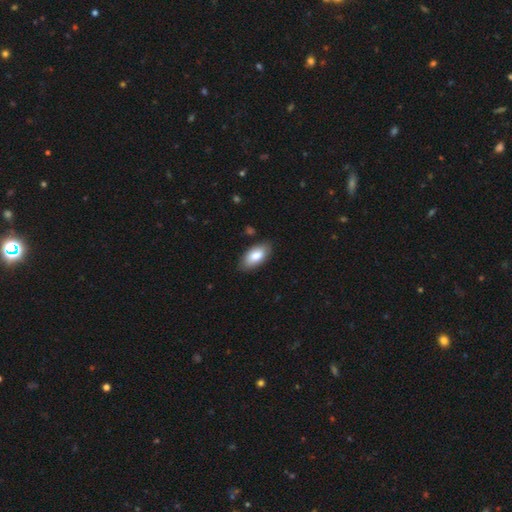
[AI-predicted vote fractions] This is clearly a smooth galaxy (81%). How rounded: clearly in between (93%). Merging: clearly none (85%).